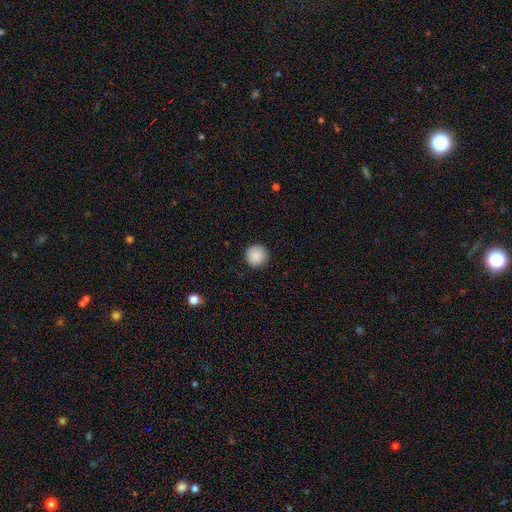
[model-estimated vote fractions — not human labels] Smooth or featured?
  - smooth: 88% *
  - star or artifact: 8%
  - featured or disk: 4%
How rounded?
  - round: 96% *
  - in between: 3%
  - cigar-shaped: 1%
Merging?
  - none: 91% *
  - minor disturbance: 6%
  - major disturbance: 2%
  - merger: 1%